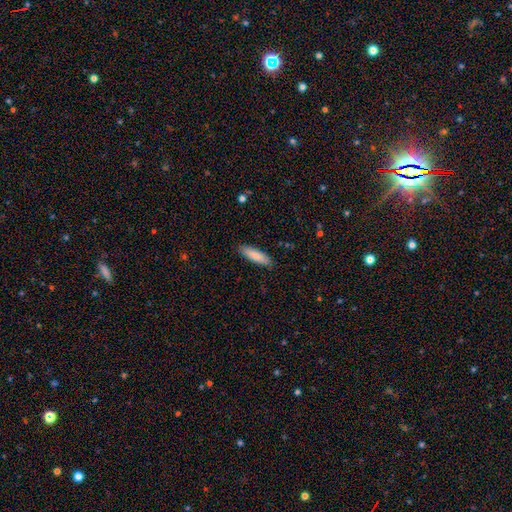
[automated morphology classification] This is clearly a smooth galaxy (85%). How rounded: likely cigar-shaped (61%). Merging: clearly none (88%).